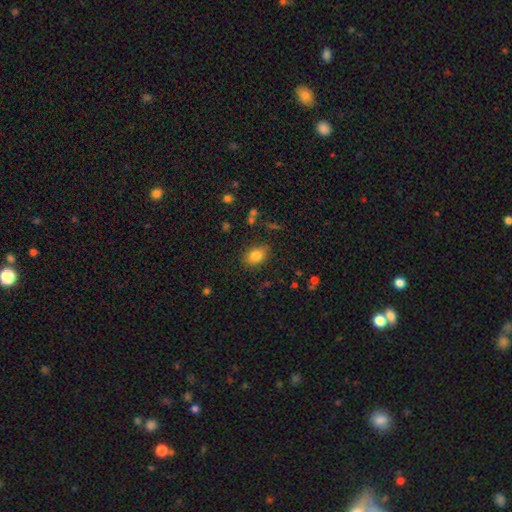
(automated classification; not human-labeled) Smooth or featured: smooth — 83% (star or artifact — 9%)
How rounded: in between — 77% (round — 21%)
Merging: none — 82% (minor disturbance — 13%)